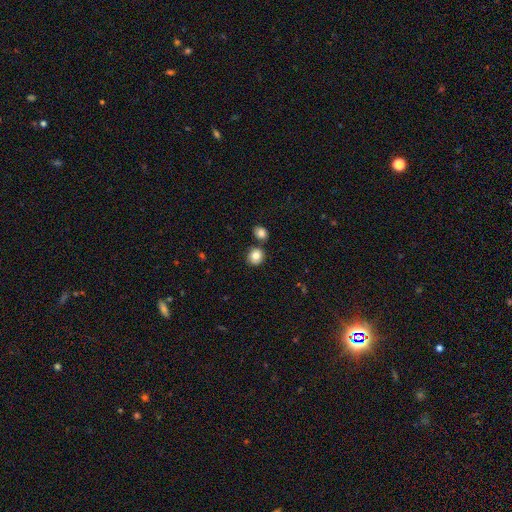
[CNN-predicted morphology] Smooth or featured?
  - smooth: 83% *
  - star or artifact: 9%
  - featured or disk: 8%
How rounded?
  - round: 81% *
  - in between: 18%
  - cigar-shaped: 1%
Merging?
  - none: 75% *
  - merger: 13%
  - minor disturbance: 10%
  - major disturbance: 3%